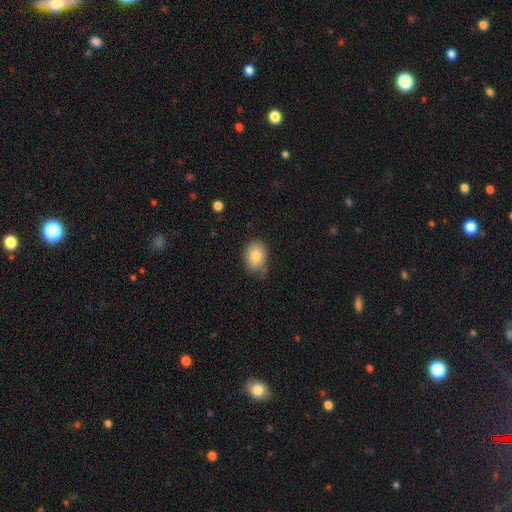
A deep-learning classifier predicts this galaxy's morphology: Smooth or featured?
  - smooth: 81% *
  - featured or disk: 10%
  - star or artifact: 8%
How rounded?
  - in between: 75% *
  - round: 24%
  - cigar-shaped: 1%
Merging?
  - none: 71% *
  - minor disturbance: 23%
  - major disturbance: 4%
  - merger: 2%